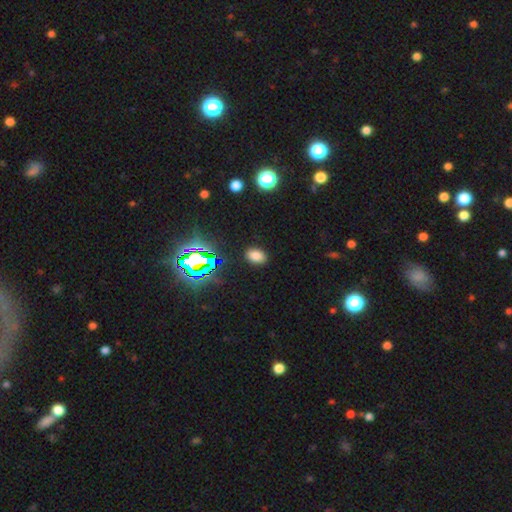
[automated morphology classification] smooth-or-featured: smooth: 73% | star or artifact: 21% | featured or disk: 6%
  how-rounded: in between: 79% | round: 20% | cigar-shaped: 1%
  merging: none: 87% | minor disturbance: 9% | major disturbance: 3% | merger: 1%